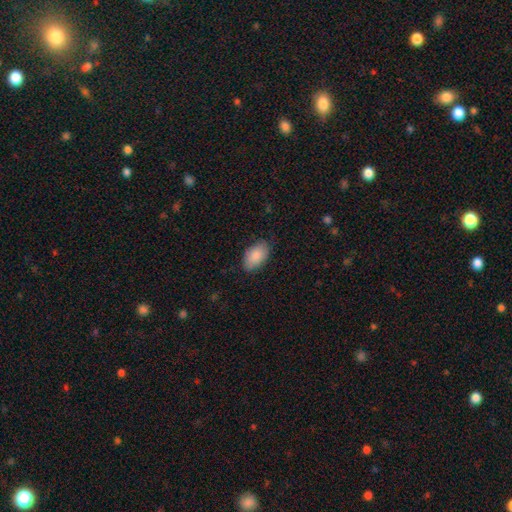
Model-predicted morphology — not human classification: Q: Smooth or featured?
A: smooth (88%); runner-up: featured or disk (6%)
Q: How rounded?
A: in between (94%); runner-up: round (5%)
Q: Merging?
A: none (80%); runner-up: minor disturbance (16%)